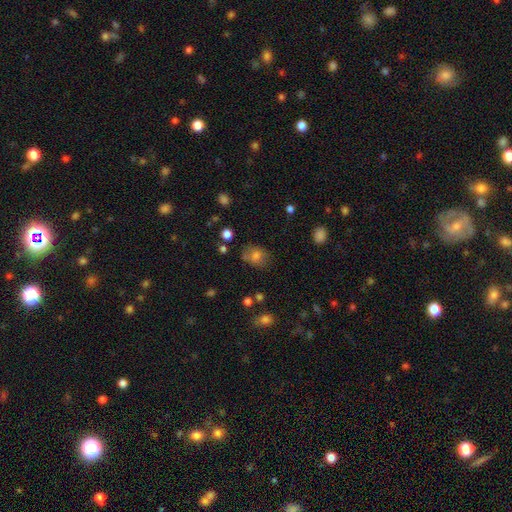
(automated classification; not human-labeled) Smooth or featured: smooth — 78% (star or artifact — 12%)
How rounded: in between — 54% (round — 45%)
Merging: none — 70% (minor disturbance — 18%)